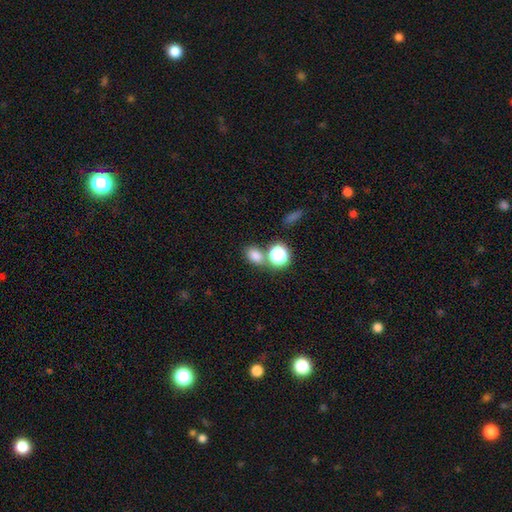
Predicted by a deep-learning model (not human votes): smooth-or-featured: smooth: 77% | star or artifact: 17% | featured or disk: 6%
  how-rounded: in between: 58% | round: 41% | cigar-shaped: 1%
  merging: none: 63% | merger: 24% | minor disturbance: 10% | major disturbance: 4%